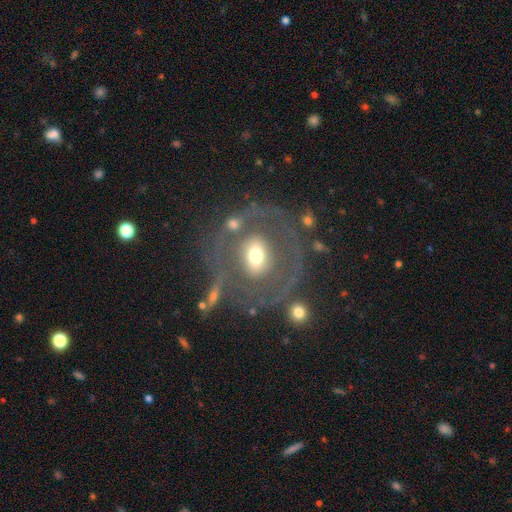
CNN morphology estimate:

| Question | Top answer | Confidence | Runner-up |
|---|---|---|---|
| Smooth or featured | featured or disk | 65% | smooth (26%) |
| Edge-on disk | no | 94% | yes (6%) |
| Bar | no | 56% | weak (26%) |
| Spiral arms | yes | 53% | no (47%) |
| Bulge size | moderate | 53% | small (28%) |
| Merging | none | 60% | major disturbance (18%) |